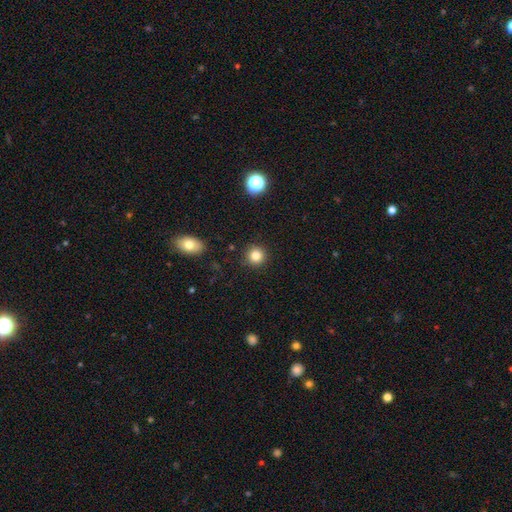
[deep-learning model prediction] Q: Smooth or featured?
A: smooth (83%); runner-up: star or artifact (12%)
Q: How rounded?
A: round (93%); runner-up: in between (6%)
Q: Merging?
A: none (91%); runner-up: minor disturbance (6%)